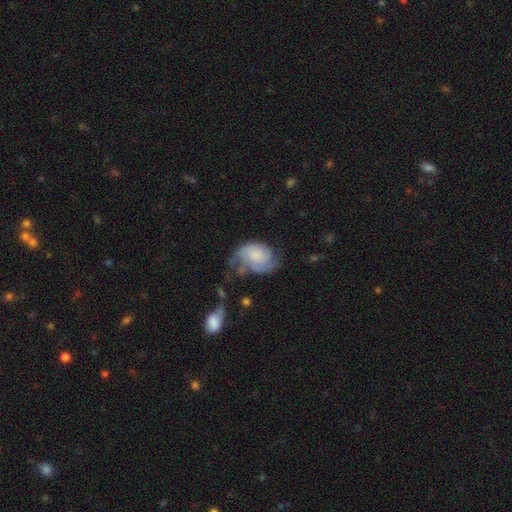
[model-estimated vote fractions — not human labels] featured or disk 58%, smooth 35%, star or artifact 7%. Down the decision tree: edge-on disk — no (97%); bar — no (75%); spiral arms — yes (86%); bulge size — none (29%, tied with small); merging — none (38%).